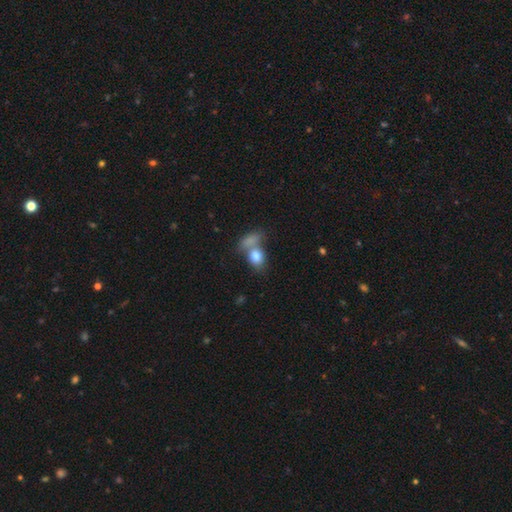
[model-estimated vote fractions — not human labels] Smooth or featured: smooth — 81% (featured or disk — 11%)
How rounded: in between — 61% (round — 37%)
Merging: merger — 49% (none — 32%)